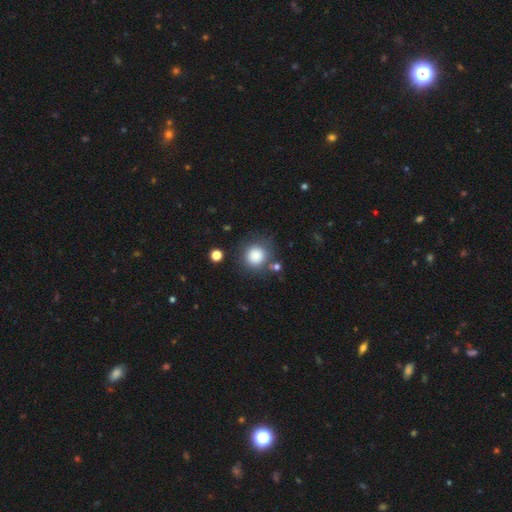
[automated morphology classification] The model was most divided on "merging": none: 75%, minor disturbance: 13%, merger: 6%, major disturbance: 6%. More confident: how rounded — round (90%); smooth or featured — smooth (85%).